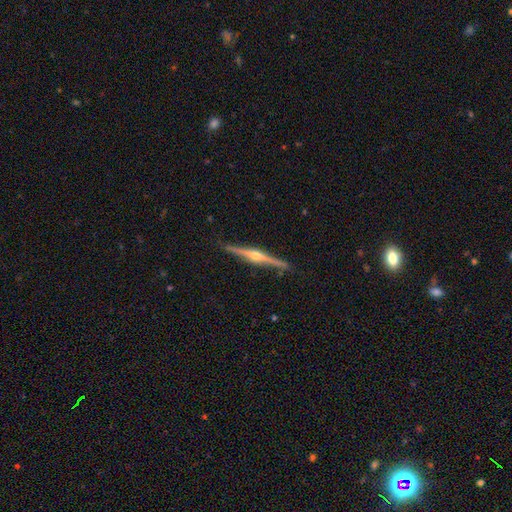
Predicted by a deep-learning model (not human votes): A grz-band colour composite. It shows a featured or disk galaxy (86%) viewed edge-on (98%) with a rounded central bulge (91%). Merging: none (89%).